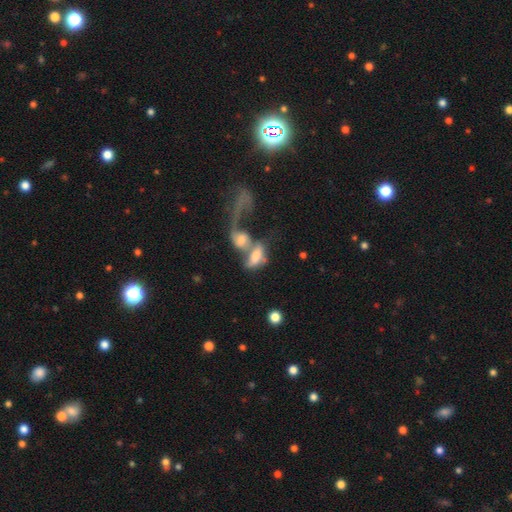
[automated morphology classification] This appears to be a smooth galaxy with no disk features (47%). Merging: merger (74%).